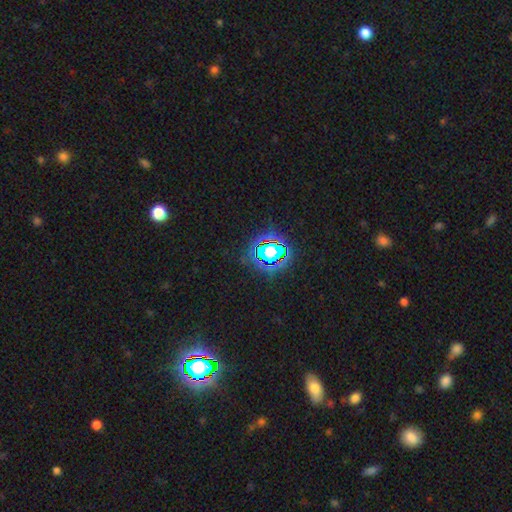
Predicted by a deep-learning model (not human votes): Smooth or featured? Predicted: star or artifact (p=0.80).